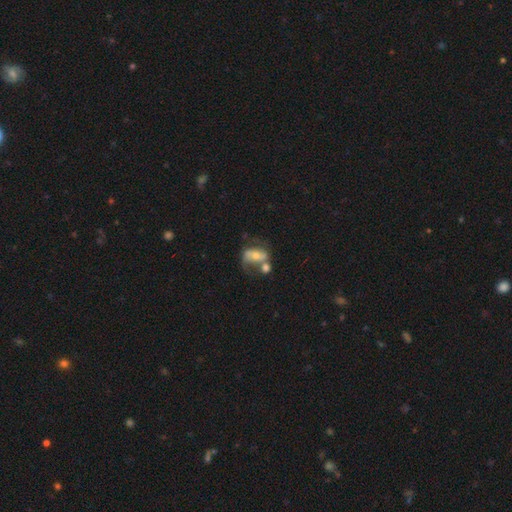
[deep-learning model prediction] The model was most divided on "merging": merger: 40%, none: 30%, major disturbance: 16%, minor disturbance: 15%. Remaining: edge-on disk — no (95%); spiral arms — yes (72%); smooth or featured — featured or disk (60%); bulge size — moderate (50%); bar — no (45%).